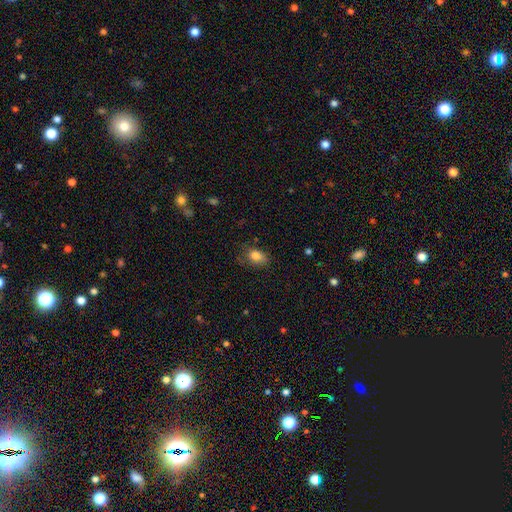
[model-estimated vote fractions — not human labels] A smooth galaxy with no disk features (82%) that is in between round and cigar-shaped (76%). Merging: none (68%).